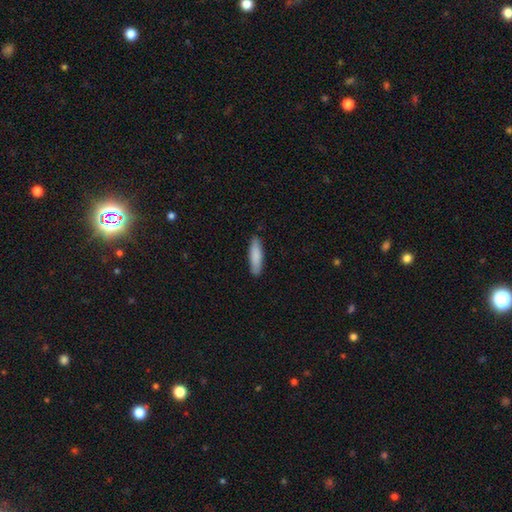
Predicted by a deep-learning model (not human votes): Smooth or featured? smooth (85%)
How rounded? cigar-shaped (66%)
Merging? none (87%)